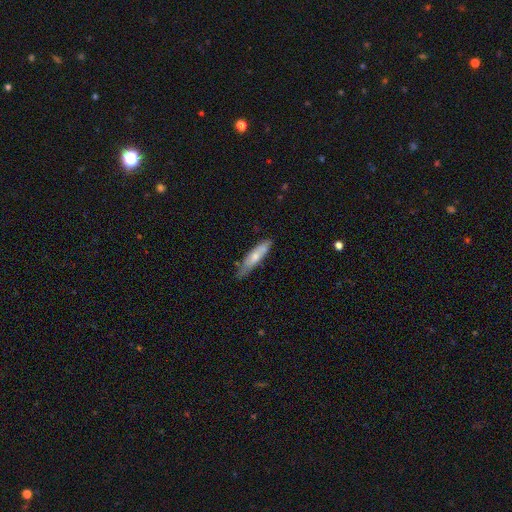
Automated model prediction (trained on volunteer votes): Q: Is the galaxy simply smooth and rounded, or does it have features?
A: smooth — 58%.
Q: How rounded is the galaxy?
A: cigar-shaped — 73%.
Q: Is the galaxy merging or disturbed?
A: none — 64%.